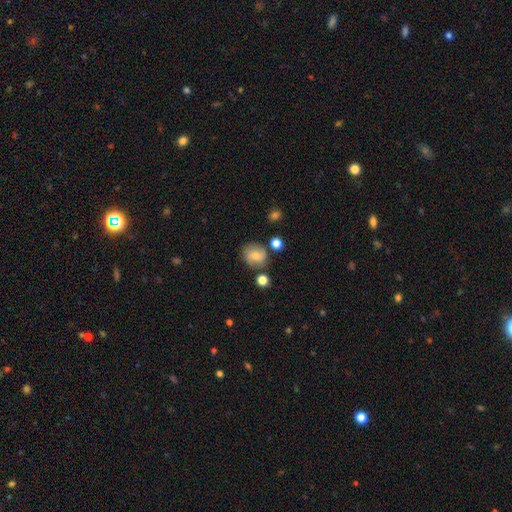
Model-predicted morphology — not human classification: Smooth or featured: smooth — 63% (featured or disk — 27%)
How rounded: round — 73% (in between — 26%)
Merging: none — 71% (minor disturbance — 16%)